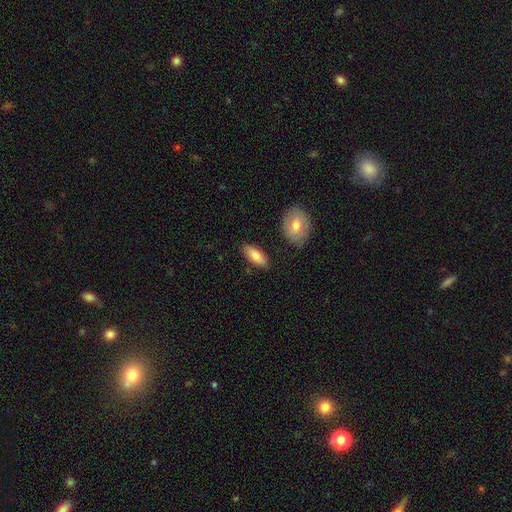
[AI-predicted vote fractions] Smooth or featured? Predicted: smooth (p=0.85). How rounded? Predicted: in between (p=0.82). Merging? Predicted: none (p=0.82).